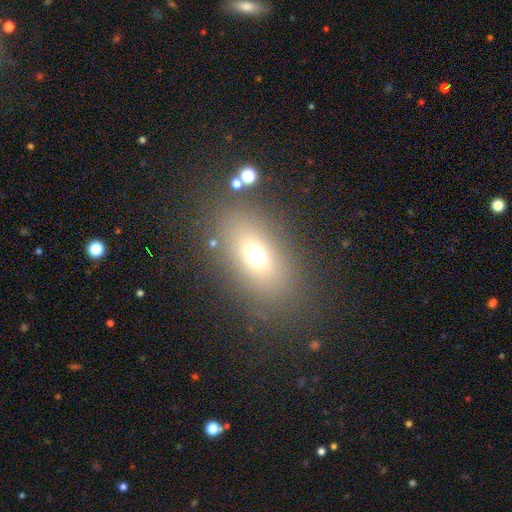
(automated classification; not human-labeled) Morphology: type=smooth (67%); roundness=in between (76%); merging=none (80%).